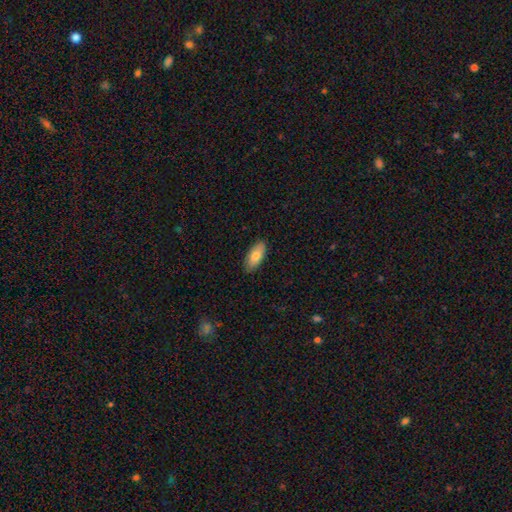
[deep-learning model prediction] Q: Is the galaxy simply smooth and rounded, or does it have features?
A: smooth — 81%.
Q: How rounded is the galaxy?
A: in between — 88%.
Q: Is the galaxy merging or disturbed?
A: none — 87%.